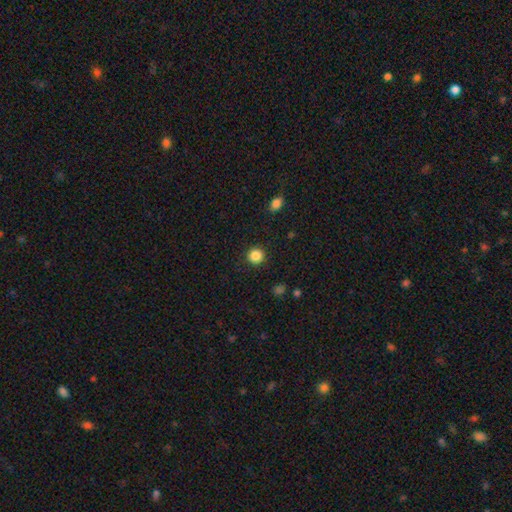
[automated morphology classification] smooth-or-featured: smooth: 86% | star or artifact: 11% | featured or disk: 4%
  how-rounded: round: 94% | in between: 5% | cigar-shaped: 1%
  merging: none: 92% | minor disturbance: 5% | major disturbance: 2% | merger: 1%